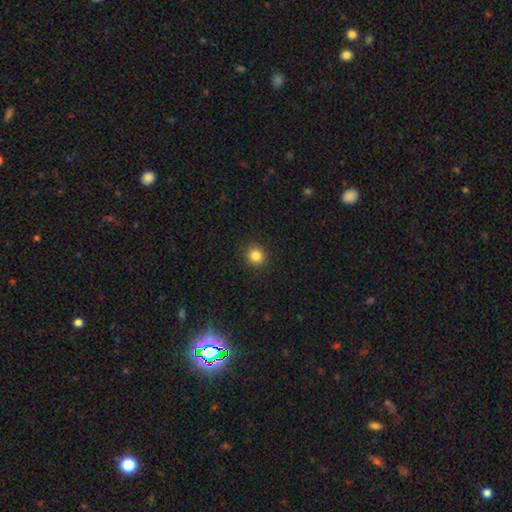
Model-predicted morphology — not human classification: This appears to be a smooth galaxy with no disk features (84%) that is round (84%). Merging: none (90%).